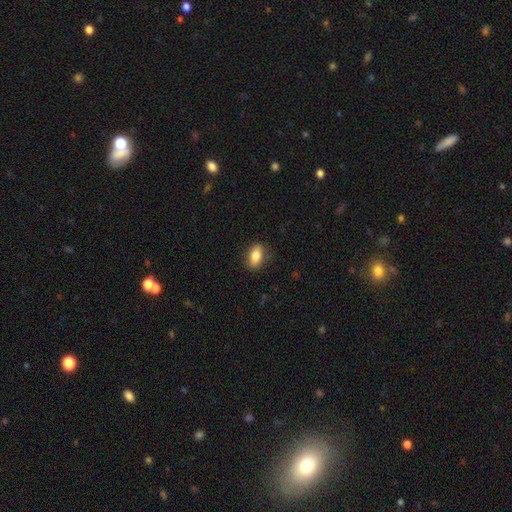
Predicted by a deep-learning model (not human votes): Smooth or featured? smooth (83%)
How rounded? in between (86%)
Merging? none (83%)